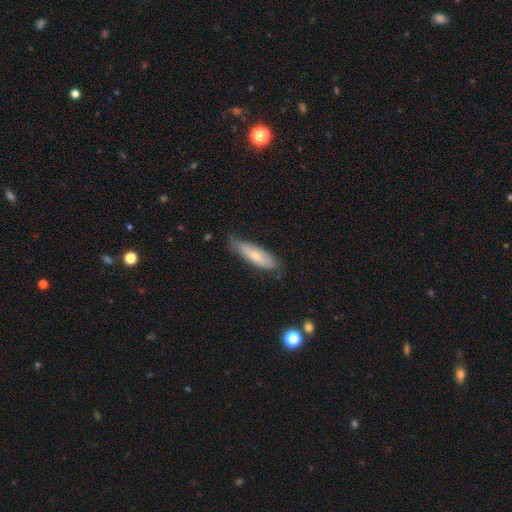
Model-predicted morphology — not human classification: A smooth galaxy with no disk features (58%) that is cigar-shaped (51%). Merging: none (63%).